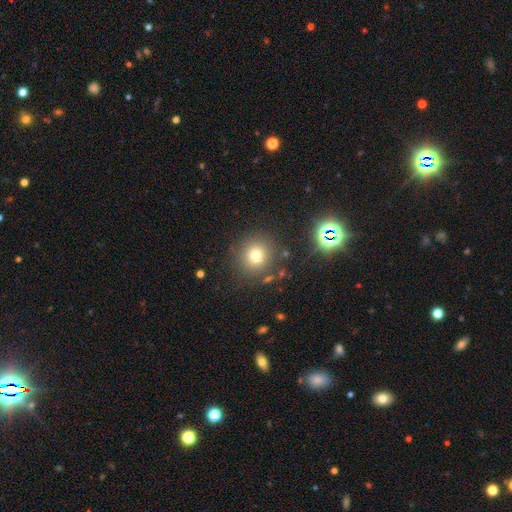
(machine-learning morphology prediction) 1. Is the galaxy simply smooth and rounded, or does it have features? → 73% smooth, 18% star or artifact, 10% featured or disk.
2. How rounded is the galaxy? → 91% round, 8% in between, 1% cigar-shaped.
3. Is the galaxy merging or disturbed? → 84% none, 8% minor disturbance, 4% major disturbance, 4% merger.